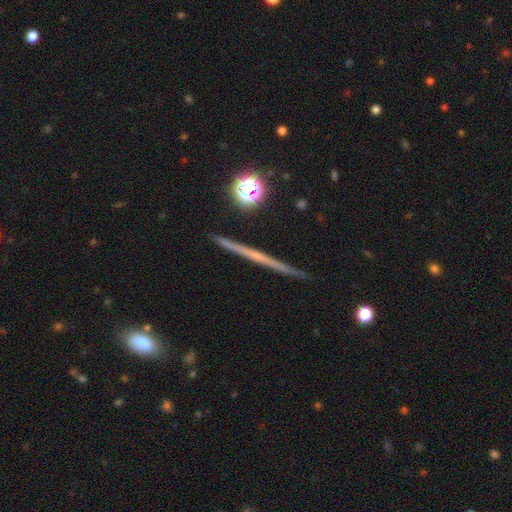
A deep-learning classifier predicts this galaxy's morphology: Smooth or featured? Predicted: featured or disk (p=0.67). Edge-on disk? Predicted: yes (p=0.97). Edge-on bulge? Predicted: none (p=0.66). Merging? Predicted: none (p=0.91).